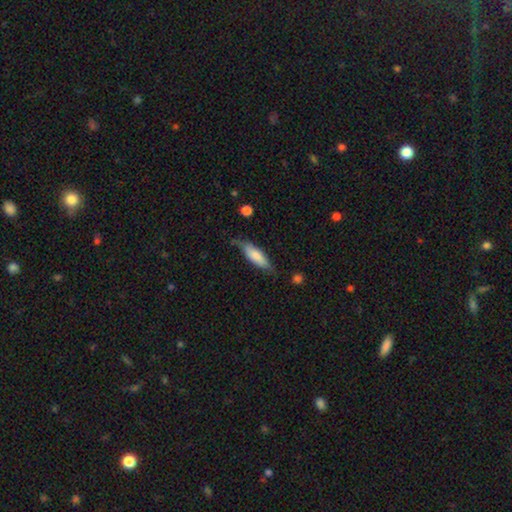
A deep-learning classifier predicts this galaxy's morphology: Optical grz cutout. It shows a smooth galaxy with no disk features (76%) that is cigar-shaped (54%). Merging: none (66%).